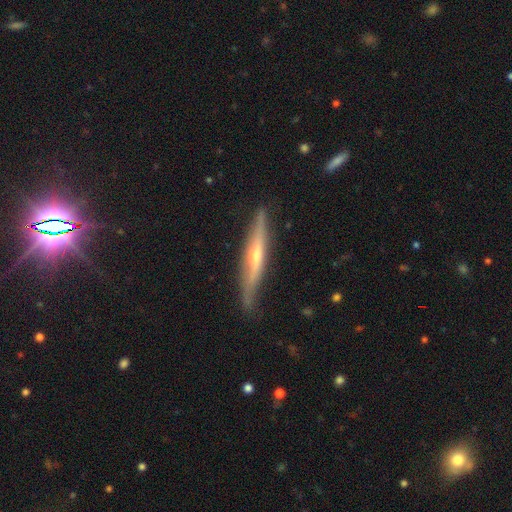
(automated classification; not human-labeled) A featured or disk galaxy (66%) viewed edge-on (93%) with a rounded central bulge (69%). Merging: none (79%).